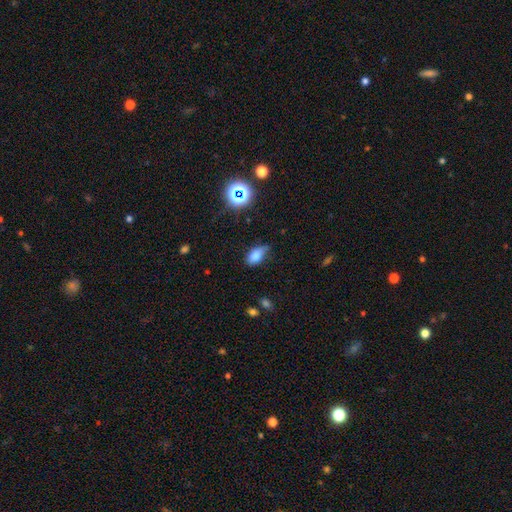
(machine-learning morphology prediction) A smooth galaxy with no disk features (77%) that is in between round and cigar-shaped (88%).

Vote fractions:
- Smooth or featured? smooth: 77% / star or artifact: 13% / featured or disk: 10%
- How rounded? in between: 88% / round: 8% / cigar-shaped: 4%
- Merging? none: 54% / minor disturbance: 35% / major disturbance: 8% / merger: 2%